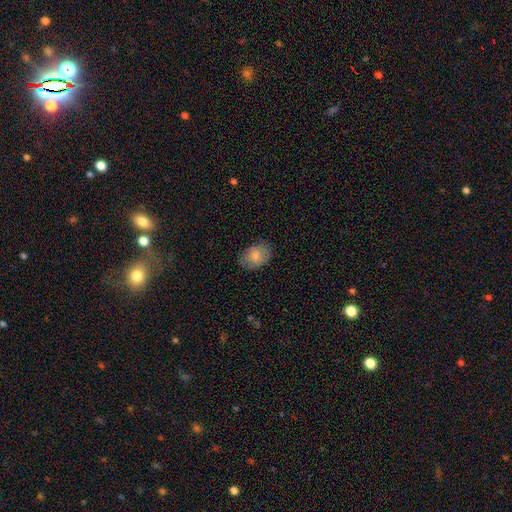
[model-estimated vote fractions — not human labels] The model was most divided on "how rounded": in between: 76%, round: 23%, cigar-shaped: 1%. More confident: merging — none (78%); smooth or featured — smooth (78%).